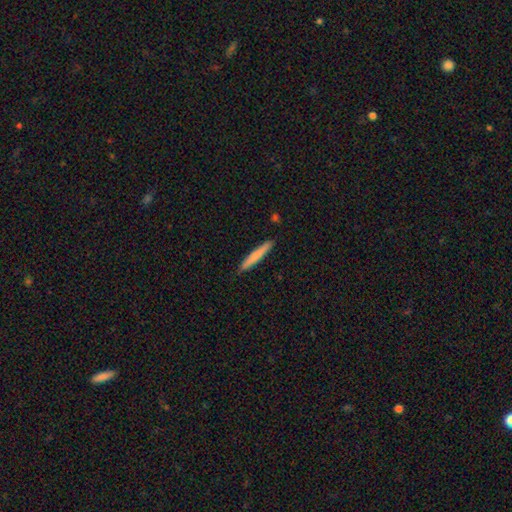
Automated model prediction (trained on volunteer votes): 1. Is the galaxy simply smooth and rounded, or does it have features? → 74% smooth, 21% featured or disk, 5% star or artifact.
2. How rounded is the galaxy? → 96% cigar-shaped, 3% in between, 1% round.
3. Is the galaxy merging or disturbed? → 90% none, 7% minor disturbance, 1% major disturbance, 1% merger.